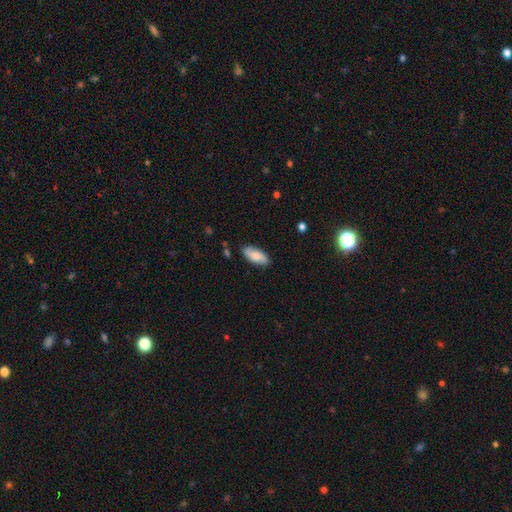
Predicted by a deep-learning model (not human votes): A smooth galaxy with no disk features (72%) that is in between round and cigar-shaped (87%).

Vote fractions:
- Smooth or featured? smooth: 72% / featured or disk: 21% / star or artifact: 7%
- How rounded? in between: 87% / cigar-shaped: 11% / round: 2%
- Merging? none: 84% / minor disturbance: 12% / major disturbance: 2% / merger: 2%